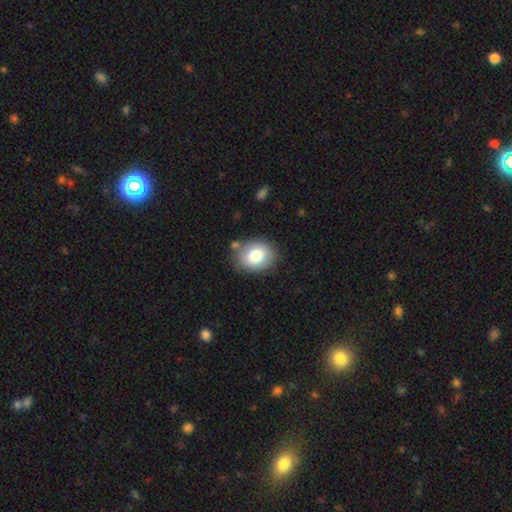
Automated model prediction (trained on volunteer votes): smooth-or-featured: smooth: 79% | featured or disk: 13% | star or artifact: 9%
  how-rounded: round: 55% | in between: 44% | cigar-shaped: 1%
  merging: none: 80% | minor disturbance: 12% | merger: 5% | major disturbance: 3%